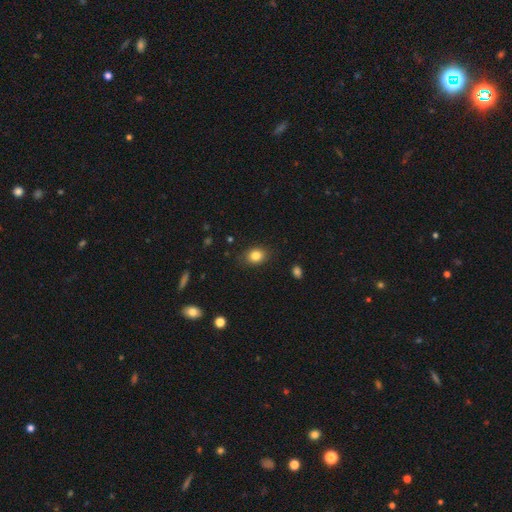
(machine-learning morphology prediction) Smooth or featured? smooth (83%)
How rounded? in between (53%)
Merging? none (84%)